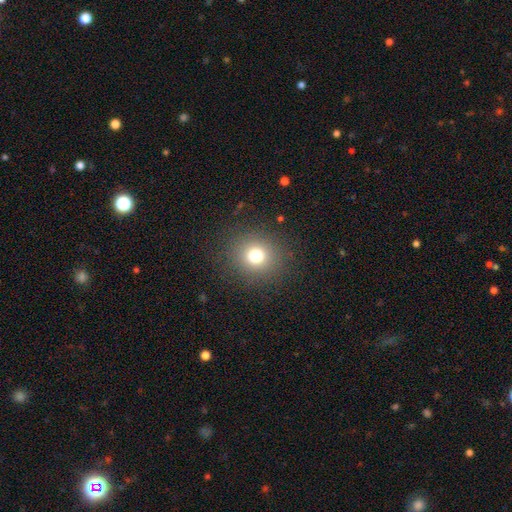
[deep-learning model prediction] A smooth galaxy with no disk features (75%) that is round (88%). Merging: none (89%).